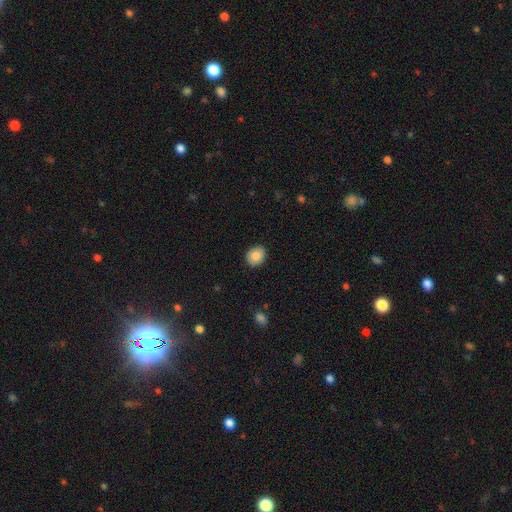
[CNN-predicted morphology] smooth 84%, featured or disk 8%, star or artifact 8%. Down the decision tree: how rounded — round (62%); merging — none (89%).